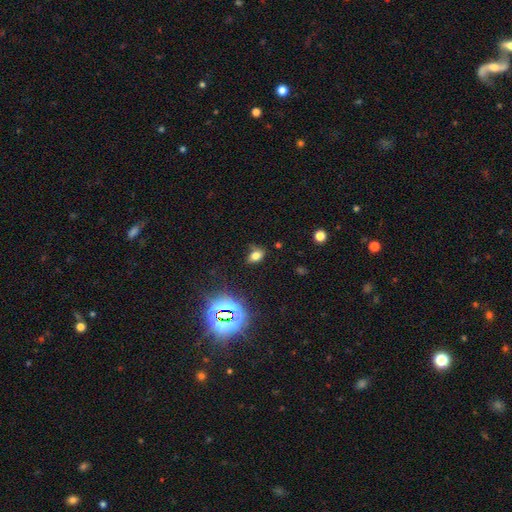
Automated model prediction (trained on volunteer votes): smooth 69%, star or artifact 21%, featured or disk 9%. Down the decision tree: how rounded — in between (78%); merging — none (69%).